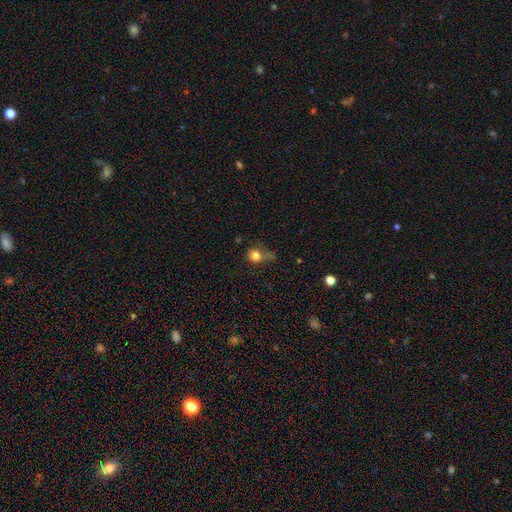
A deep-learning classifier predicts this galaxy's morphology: smooth-or-featured: smooth: 79% | star or artifact: 12% | featured or disk: 9%
  how-rounded: round: 75% | in between: 24% | cigar-shaped: 2%
  merging: none: 41% | minor disturbance: 27% | major disturbance: 22% | merger: 10%